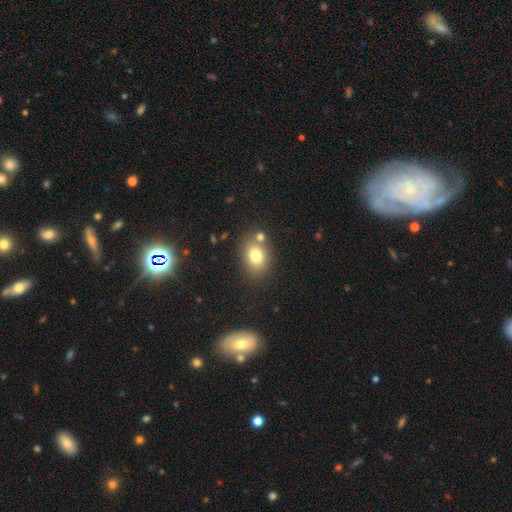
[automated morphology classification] Smooth or featured? Predicted: smooth (p=0.77). How rounded? Predicted: in between (p=0.59). Merging? Predicted: none (p=0.72).